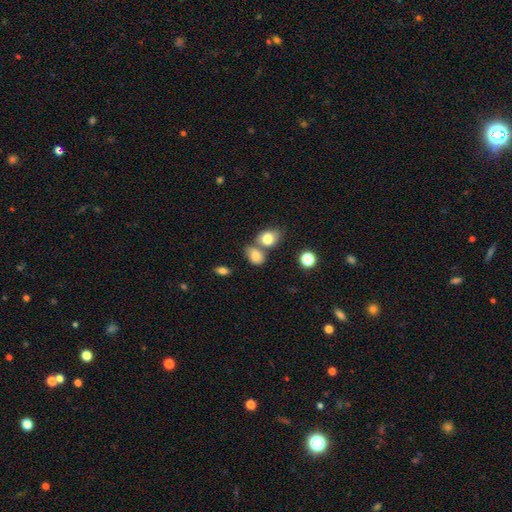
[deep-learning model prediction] Smooth or featured? smooth (80%)
How rounded? in between (70%)
Merging? none (43%)